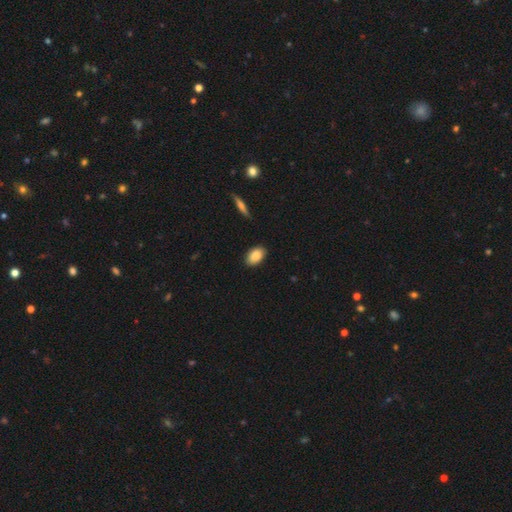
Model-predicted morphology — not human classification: smooth 85%, featured or disk 8%, star or artifact 7%. Down the decision tree: how rounded — in between (91%); merging — none (88%).